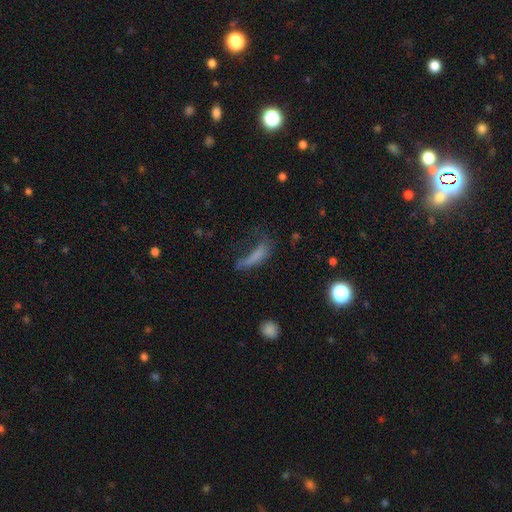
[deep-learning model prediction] Morphology: type=smooth (59%); roundness=cigar-shaped (63%); merging=major disturbance (44%).